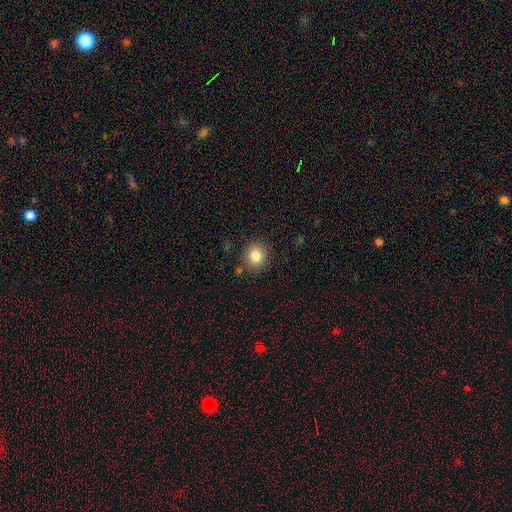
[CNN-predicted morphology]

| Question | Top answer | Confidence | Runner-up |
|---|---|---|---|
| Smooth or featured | smooth | 83% | star or artifact (10%) |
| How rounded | round | 83% | in between (16%) |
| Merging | none | 87% | minor disturbance (8%) |